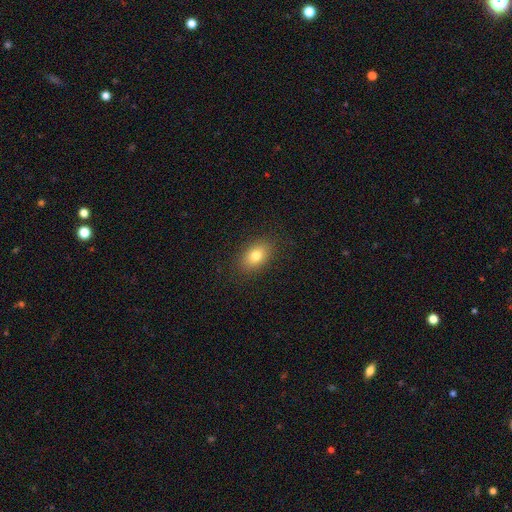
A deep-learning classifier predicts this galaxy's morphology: smooth-or-featured: smooth: 80% | featured or disk: 10% | star or artifact: 10%
  how-rounded: in between: 84% | round: 15% | cigar-shaped: 2%
  merging: none: 87% | minor disturbance: 9% | major disturbance: 3% | merger: 1%